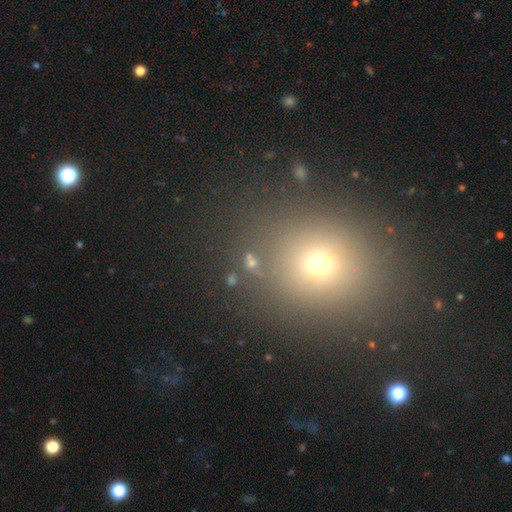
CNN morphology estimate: Smooth or featured? Predicted: smooth (p=0.62). How rounded? Predicted: round (p=0.71). Merging? Predicted: none (p=0.84).